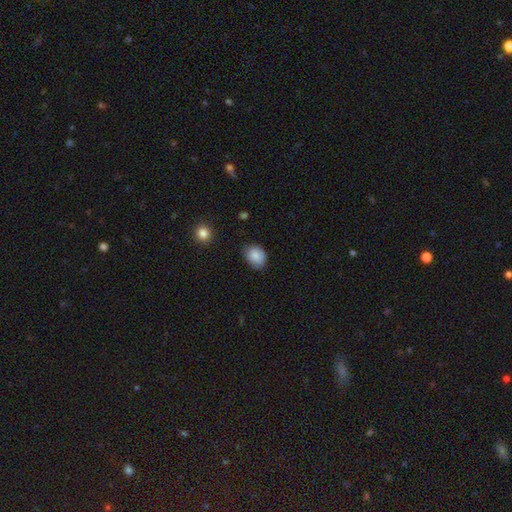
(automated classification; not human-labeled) Smooth or featured?
  - smooth: 85% *
  - star or artifact: 8%
  - featured or disk: 6%
How rounded?
  - in between: 52% *
  - round: 47%
  - cigar-shaped: 1%
Merging?
  - none: 75% *
  - minor disturbance: 20%
  - major disturbance: 3%
  - merger: 1%